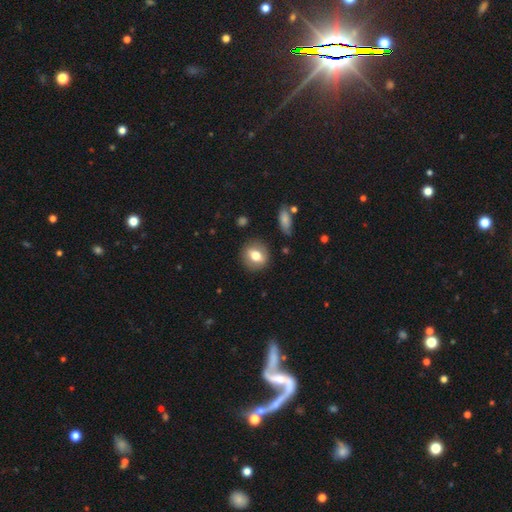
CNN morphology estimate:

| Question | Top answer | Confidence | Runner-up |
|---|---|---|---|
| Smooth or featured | smooth | 68% | featured or disk (23%) |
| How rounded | round | 66% | in between (32%) |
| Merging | none | 85% | minor disturbance (10%) |